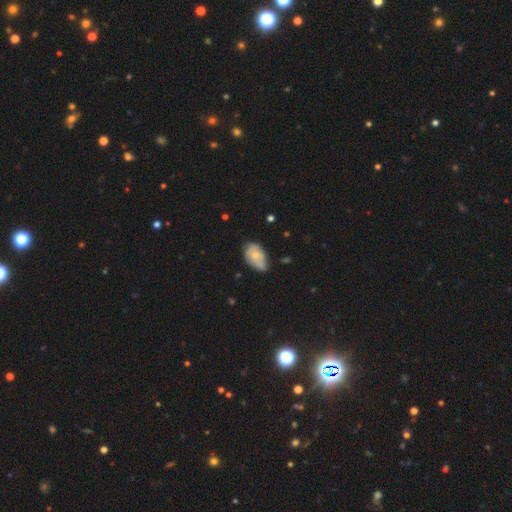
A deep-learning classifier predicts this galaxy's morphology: A smooth galaxy with no disk features (56%) that is in between round and cigar-shaped (89%). Merging: none (46%).